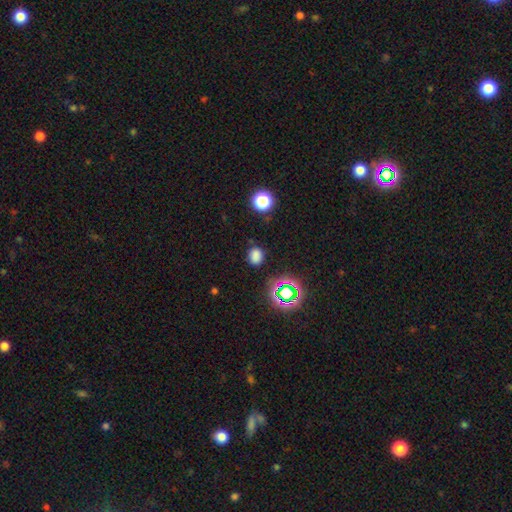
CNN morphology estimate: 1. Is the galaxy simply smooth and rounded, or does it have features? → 74% smooth, 21% star or artifact, 5% featured or disk.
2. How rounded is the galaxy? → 52% round, 46% in between, 1% cigar-shaped.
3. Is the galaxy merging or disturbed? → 82% none, 12% minor disturbance, 4% major disturbance, 2% merger.